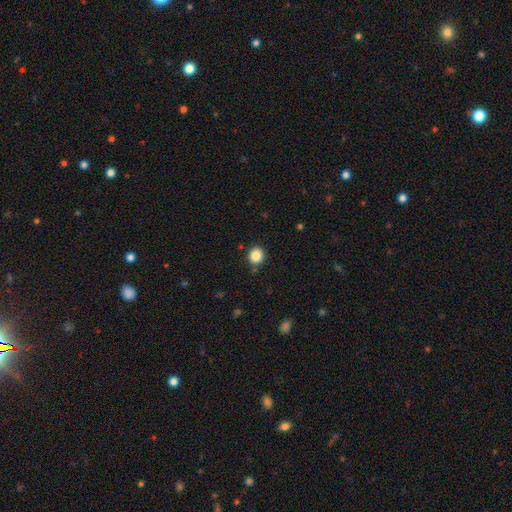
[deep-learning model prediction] This is clearly a smooth galaxy (86%). How rounded: clearly round (84%). Merging: clearly none (89%).